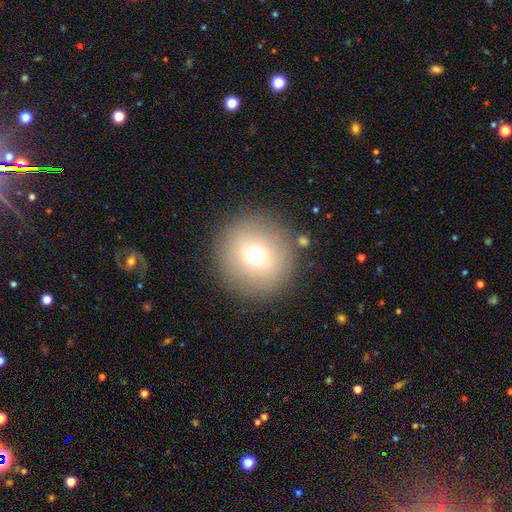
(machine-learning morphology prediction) Smooth or featured? smooth (70%)
How rounded? round (95%)
Merging? none (87%)